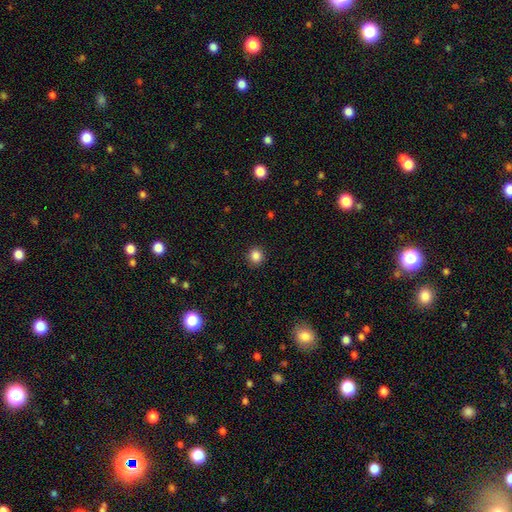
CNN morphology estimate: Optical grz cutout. It shows a smooth galaxy with no disk features (85%) that is round (87%). Merging: none (91%).